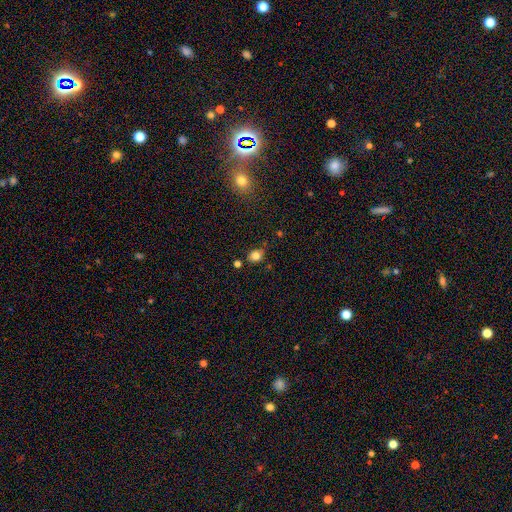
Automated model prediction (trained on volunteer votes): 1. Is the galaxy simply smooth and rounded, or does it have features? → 81% smooth, 12% star or artifact, 6% featured or disk.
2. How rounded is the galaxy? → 59% round, 40% in between, 1% cigar-shaped.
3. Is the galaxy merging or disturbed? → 68% none, 21% minor disturbance, 6% merger, 5% major disturbance.